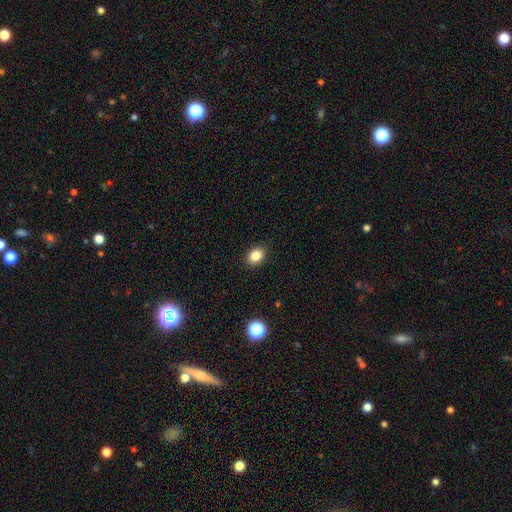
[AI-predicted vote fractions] Smooth or featured: smooth — 85% (star or artifact — 10%)
How rounded: in between — 66% (round — 33%)
Merging: none — 89% (minor disturbance — 8%)